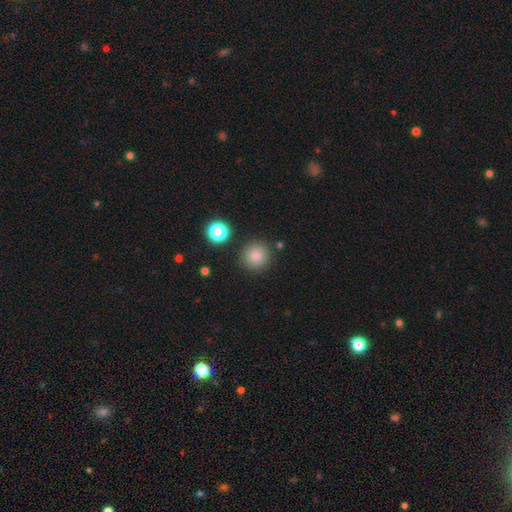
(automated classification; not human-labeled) smooth-or-featured: smooth: 85% | star or artifact: 11% | featured or disk: 4%
  how-rounded: round: 93% | in between: 6% | cigar-shaped: 1%
  merging: none: 86% | minor disturbance: 8% | merger: 4% | major disturbance: 3%